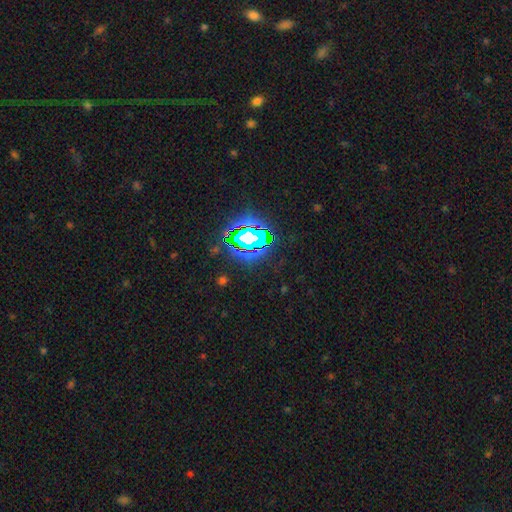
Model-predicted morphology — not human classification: star or artifact 80%, smooth 13%, featured or disk 7%.